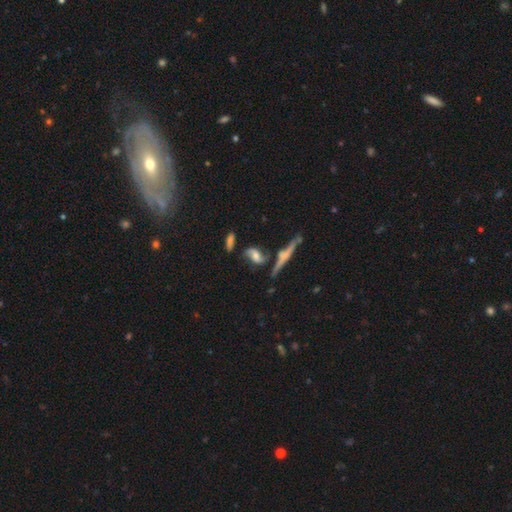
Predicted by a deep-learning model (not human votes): Smooth or featured? Predicted: featured or disk (p=0.68). Edge-on disk? Predicted: no (p=0.80). Bar? Predicted: no (p=0.48). Spiral arms? Predicted: yes (p=0.86). Bulge size? Predicted: moderate (p=0.51). Merging? Predicted: none (p=0.55).